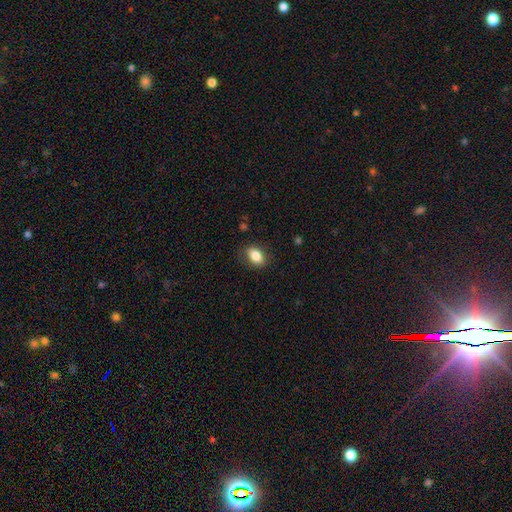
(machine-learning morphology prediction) smooth-or-featured: smooth: 84% | featured or disk: 9% | star or artifact: 8%
  how-rounded: in between: 86% | round: 11% | cigar-shaped: 3%
  merging: none: 82% | minor disturbance: 14% | major disturbance: 4% | merger: 1%